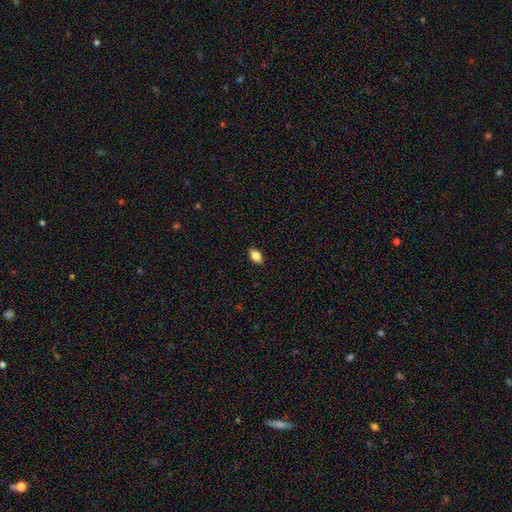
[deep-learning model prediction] Smooth or featured?
  - smooth: 80% *
  - featured or disk: 11%
  - star or artifact: 9%
How rounded?
  - in between: 87% *
  - round: 7%
  - cigar-shaped: 5%
Merging?
  - none: 88% *
  - minor disturbance: 9%
  - major disturbance: 2%
  - merger: 1%